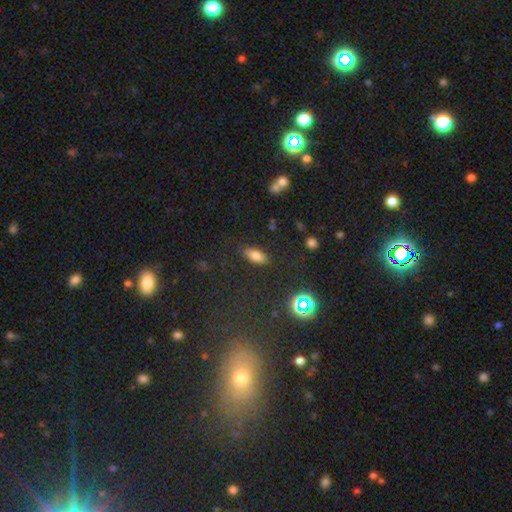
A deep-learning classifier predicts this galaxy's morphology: Smooth or featured: smooth — 76% (star or artifact — 13%)
How rounded: in between — 80% (cigar-shaped — 17%)
Merging: none — 85% (minor disturbance — 10%)